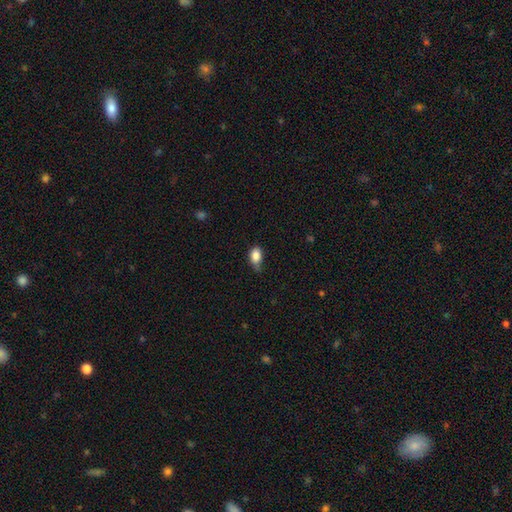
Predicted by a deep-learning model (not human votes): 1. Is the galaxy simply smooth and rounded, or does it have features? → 85% smooth, 8% star or artifact, 7% featured or disk.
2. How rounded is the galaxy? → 84% in between, 14% round, 2% cigar-shaped.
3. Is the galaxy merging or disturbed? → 46% none, 42% minor disturbance, 10% major disturbance, 2% merger.